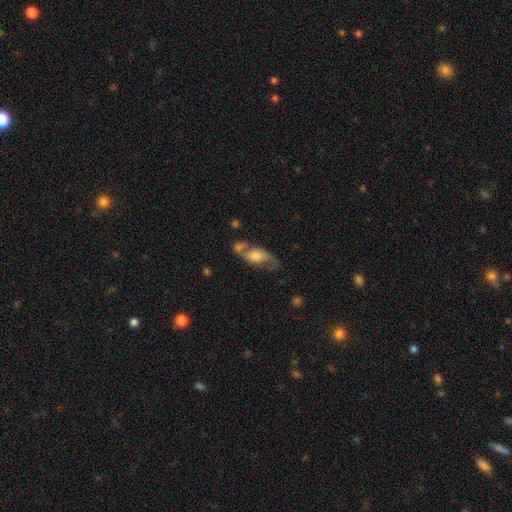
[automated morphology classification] Smooth or featured: featured or disk — 68% (smooth — 24%)
Edge-on disk: no — 89% (yes — 11%)
Bar: no — 62% (weak — 30%)
Spiral arms: yes — 86% (no — 14%)
Spiral winding: loose — 66% (medium — 27%)
Spiral arm count: 2 — 87% (1 — 6%)
Bulge size: moderate — 45% (large — 28%)
Merging: none — 47% (minor disturbance — 20%)